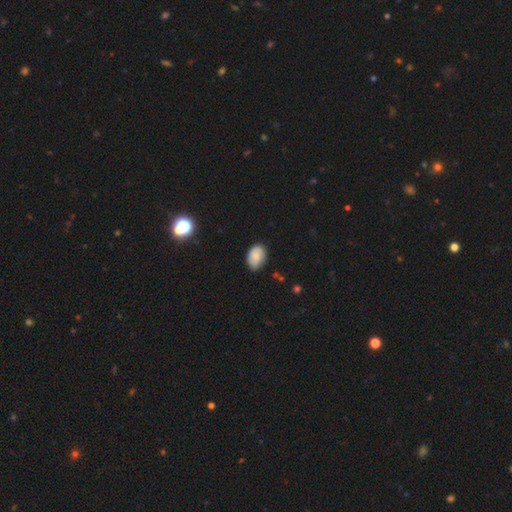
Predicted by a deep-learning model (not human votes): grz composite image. It shows a smooth galaxy with no disk features (79%) that is in between round and cigar-shaped (85%). Merging: none (75%).